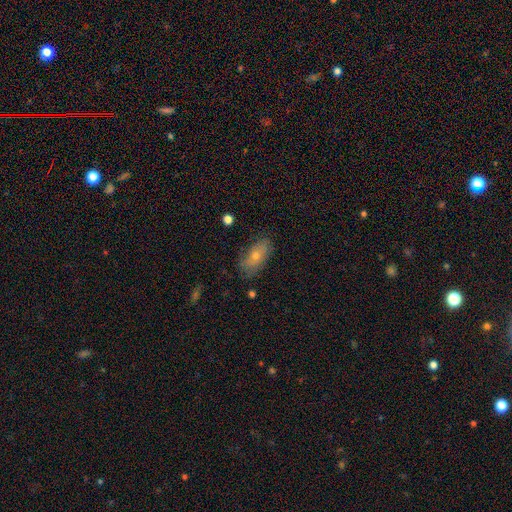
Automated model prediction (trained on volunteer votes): smooth 57%, featured or disk 32%, star or artifact 11%. Down the decision tree: how rounded — in between (82%); merging — none (79%).